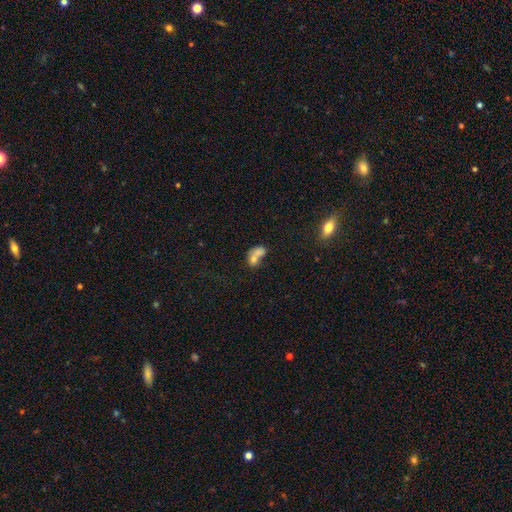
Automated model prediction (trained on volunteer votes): Smooth or featured? smooth (70%)
How rounded? in between (67%)
Merging? merger (71%)